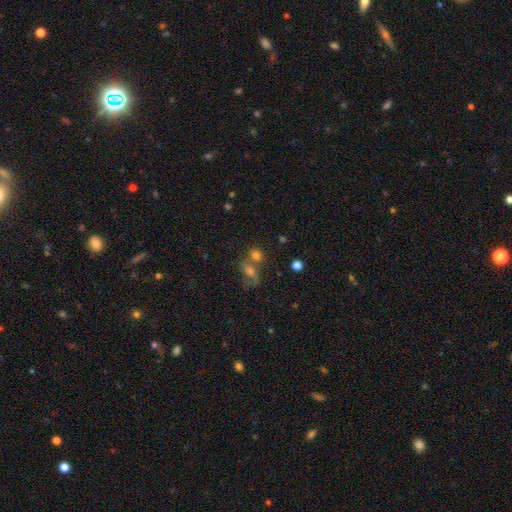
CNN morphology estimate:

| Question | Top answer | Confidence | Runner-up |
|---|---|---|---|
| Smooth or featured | smooth | 62% | featured or disk (21%) |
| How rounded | round | 68% | in between (29%) |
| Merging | merger | 43% | none (40%) |